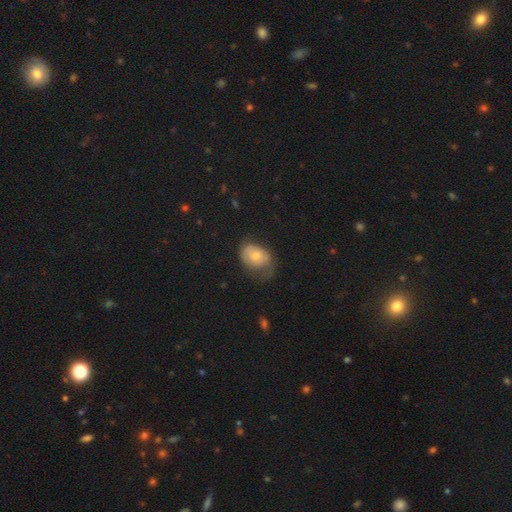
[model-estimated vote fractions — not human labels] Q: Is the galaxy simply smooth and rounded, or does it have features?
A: smooth — 57%.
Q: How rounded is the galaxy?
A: in between — 68%.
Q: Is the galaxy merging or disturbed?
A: major disturbance — 34%.